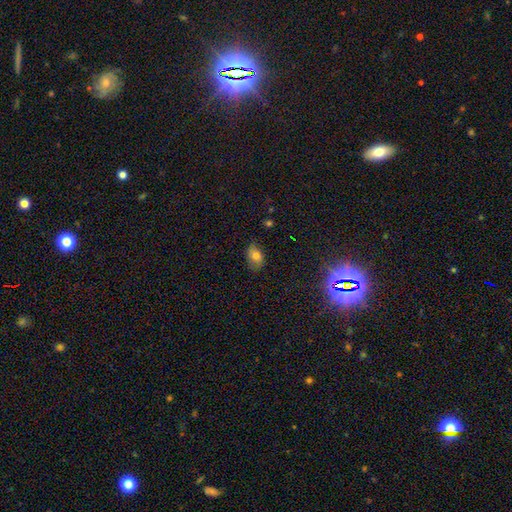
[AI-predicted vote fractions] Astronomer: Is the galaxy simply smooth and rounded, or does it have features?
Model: smooth — 79%.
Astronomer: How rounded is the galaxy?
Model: in between — 82%.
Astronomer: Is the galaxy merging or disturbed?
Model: none — 68%.